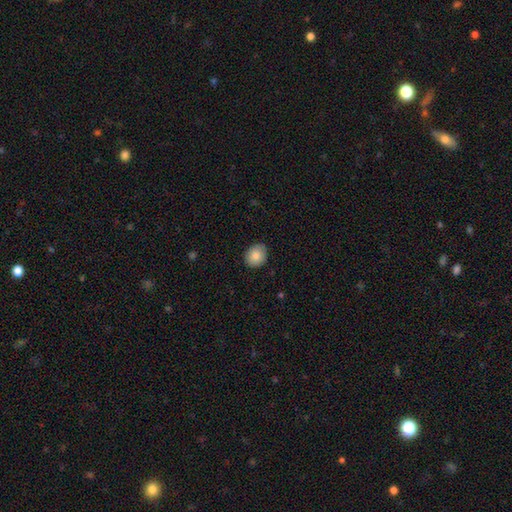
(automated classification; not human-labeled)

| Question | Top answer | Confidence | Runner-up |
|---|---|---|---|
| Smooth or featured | smooth | 85% | star or artifact (8%) |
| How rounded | round | 64% | in between (36%) |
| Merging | none | 85% | minor disturbance (12%) |